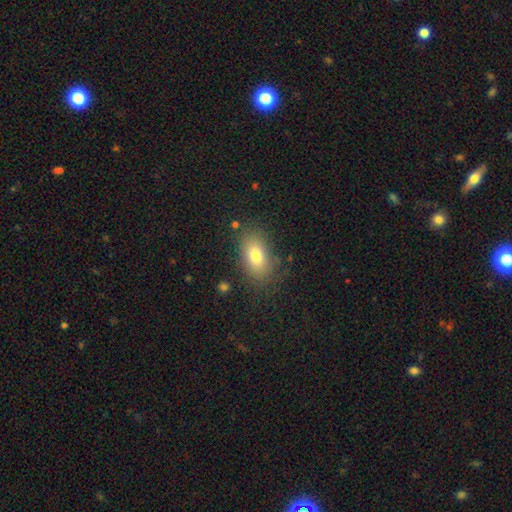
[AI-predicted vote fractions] smooth-or-featured: smooth: 78% | featured or disk: 12% | star or artifact: 10%
  how-rounded: in between: 88% | round: 9% | cigar-shaped: 3%
  merging: none: 80% | minor disturbance: 13% | major disturbance: 4% | merger: 2%